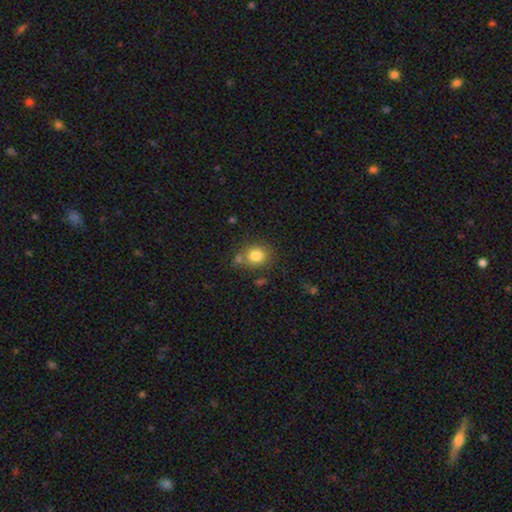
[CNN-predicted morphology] Smooth or featured? Predicted: smooth (p=0.82). How rounded? Predicted: round (p=0.75). Merging? Predicted: none (p=0.66).